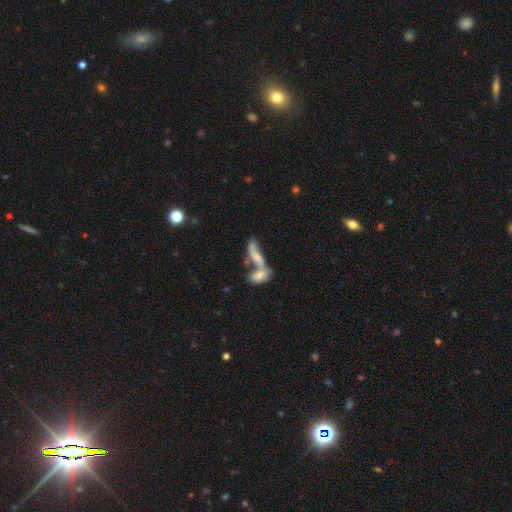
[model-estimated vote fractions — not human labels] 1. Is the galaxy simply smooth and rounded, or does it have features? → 51% smooth, 40% featured or disk, 9% star or artifact.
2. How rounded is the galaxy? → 55% in between, 41% cigar-shaped, 4% round.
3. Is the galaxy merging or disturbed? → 69% merger, 16% none, 8% minor disturbance, 7% major disturbance.